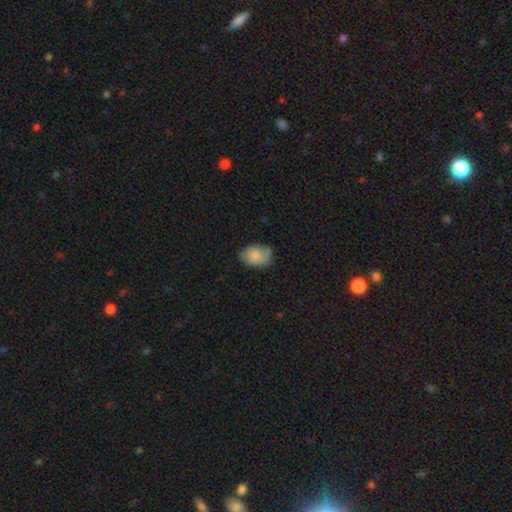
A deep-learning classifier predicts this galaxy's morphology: This appears to be a smooth galaxy with no disk features (75%) that is in between round and cigar-shaped (80%). Merging: none (62%).